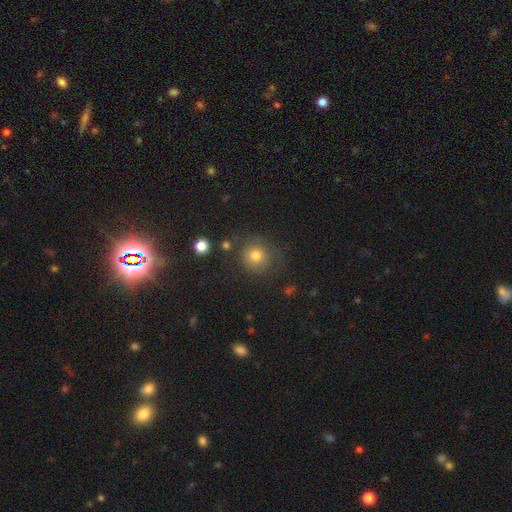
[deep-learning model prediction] Smooth or featured?
  - smooth: 76% *
  - star or artifact: 14%
  - featured or disk: 11%
How rounded?
  - round: 90% *
  - in between: 9%
  - cigar-shaped: 1%
Merging?
  - none: 75% *
  - minor disturbance: 14%
  - major disturbance: 7%
  - merger: 4%